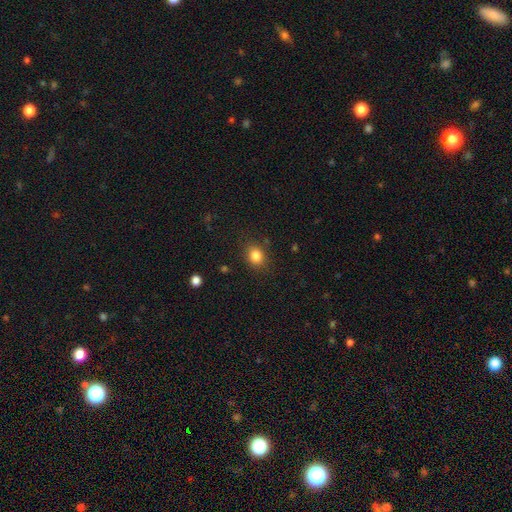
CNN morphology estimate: The model was most divided on "how rounded": round: 58%, in between: 41%, cigar-shaped: 1%. More confident: merging — none (84%); smooth or featured — smooth (84%).